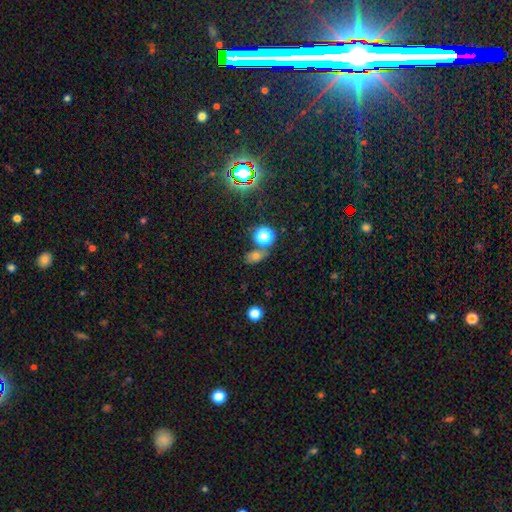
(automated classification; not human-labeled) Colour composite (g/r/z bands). It shows a smooth galaxy with no disk features (64%) that is in between round and cigar-shaped (69%). Merging: none (68%).